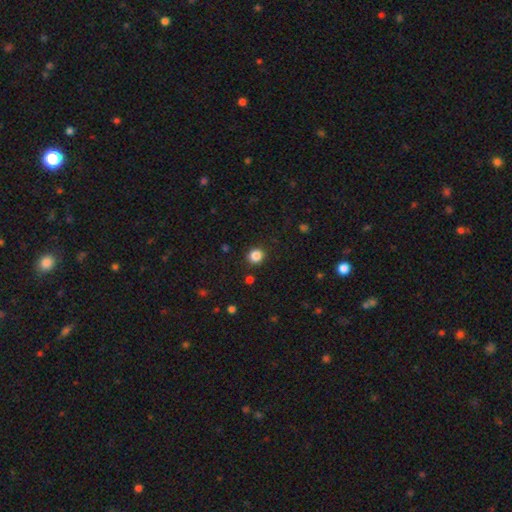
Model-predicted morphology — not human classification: A smooth galaxy with no disk features (85%) that is round (87%).

Vote fractions:
- Smooth or featured? smooth: 85% / star or artifact: 11% / featured or disk: 3%
- How rounded? round: 87% / in between: 12% / cigar-shaped: 1%
- Merging? none: 89% / minor disturbance: 7% / major disturbance: 2% / merger: 2%